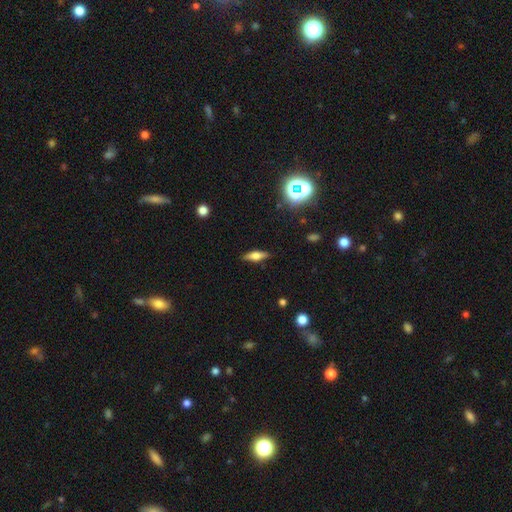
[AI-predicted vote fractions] A featured or disk galaxy (47%).

Vote fractions:
- Smooth or featured? featured or disk: 47% / smooth: 43% / star or artifact: 10%
- Merging? none: 87% / minor disturbance: 10% / major disturbance: 2% / merger: 1%